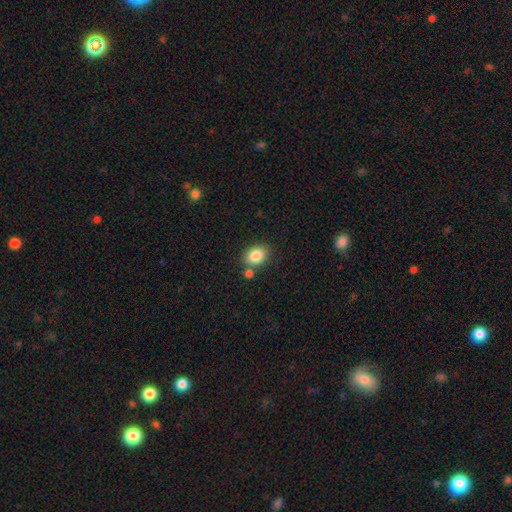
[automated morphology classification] A smooth galaxy with no disk features (85%) that is in between round and cigar-shaped (68%).

Vote fractions:
- Smooth or featured? smooth: 85% / star or artifact: 9% / featured or disk: 7%
- How rounded? in between: 68% / round: 31% / cigar-shaped: 1%
- Merging? none: 73% / merger: 12% / minor disturbance: 12% / major disturbance: 3%